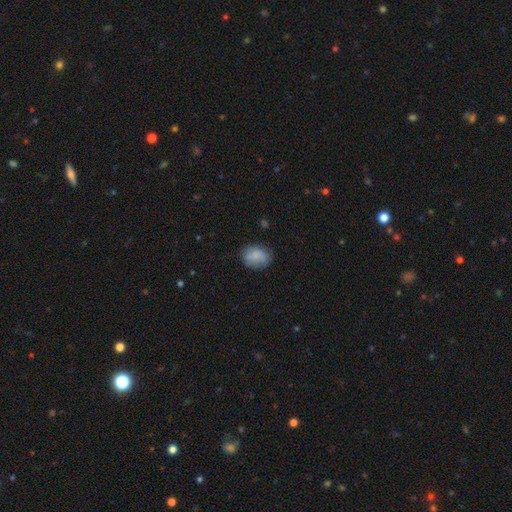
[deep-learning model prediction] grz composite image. It shows a smooth galaxy with no disk features (81%) that is in between round and cigar-shaped (61%). Merging: none (72%).